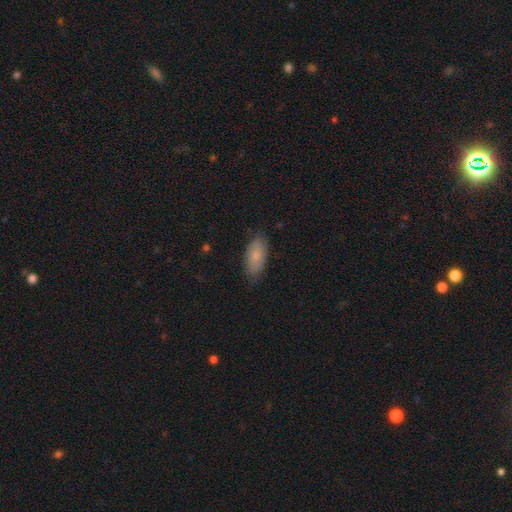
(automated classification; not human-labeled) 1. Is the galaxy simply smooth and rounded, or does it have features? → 74% smooth, 19% featured or disk, 7% star or artifact.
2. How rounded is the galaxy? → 91% in between, 6% cigar-shaped, 3% round.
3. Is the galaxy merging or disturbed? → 82% none, 15% minor disturbance, 3% major disturbance, 1% merger.